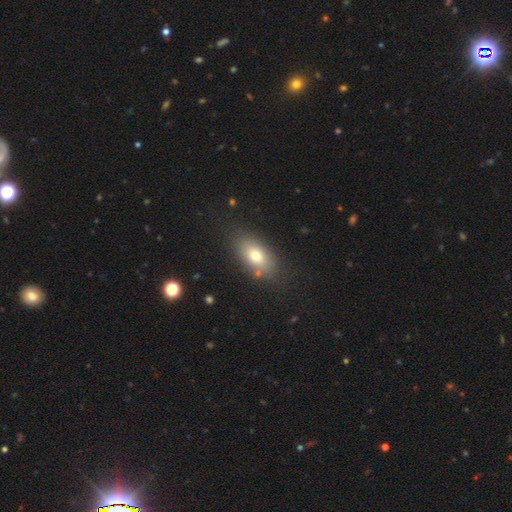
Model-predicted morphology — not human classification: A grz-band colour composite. It shows a smooth galaxy with no disk features (75%) that is in between round and cigar-shaped (88%). Merging: none (81%).